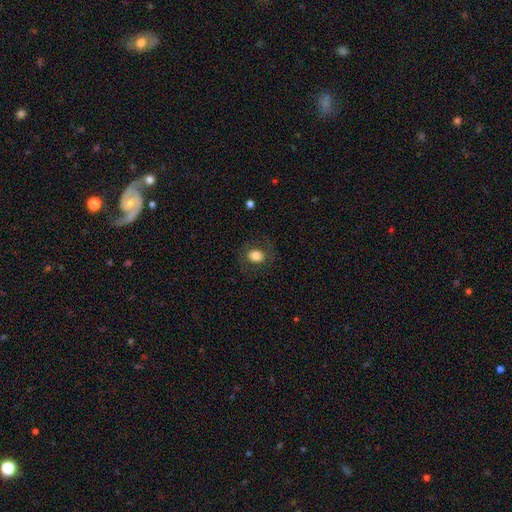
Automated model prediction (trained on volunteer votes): The model was most divided on "how rounded": round: 61%, in between: 38%, cigar-shaped: 1%. More confident: merging — none (80%); smooth or featured — smooth (75%).